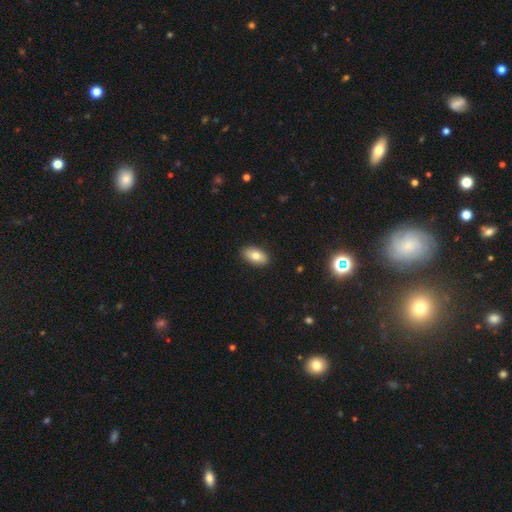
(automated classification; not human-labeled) Overall: smooth (79%). How rounded: in between (92%). Merging: none (89%).